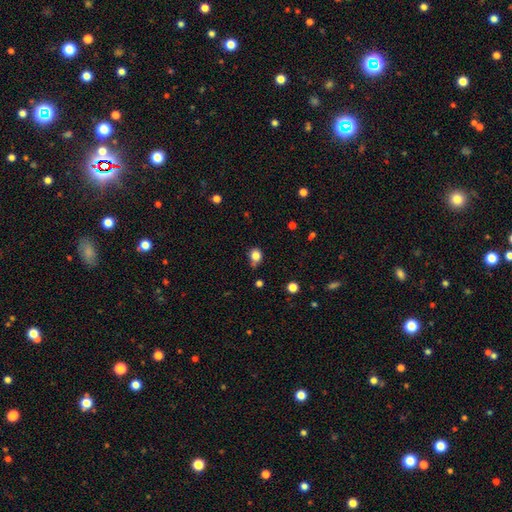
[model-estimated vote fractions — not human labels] Smooth or featured: smooth — 82% (star or artifact — 11%)
How rounded: round — 66% (in between — 32%)
Merging: none — 55% (minor disturbance — 29%)